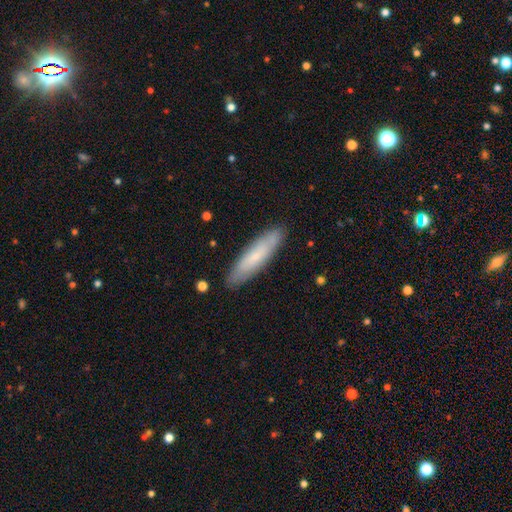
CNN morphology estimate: type=smooth (59%); roundness=cigar-shaped (75%); merging=none (87%).